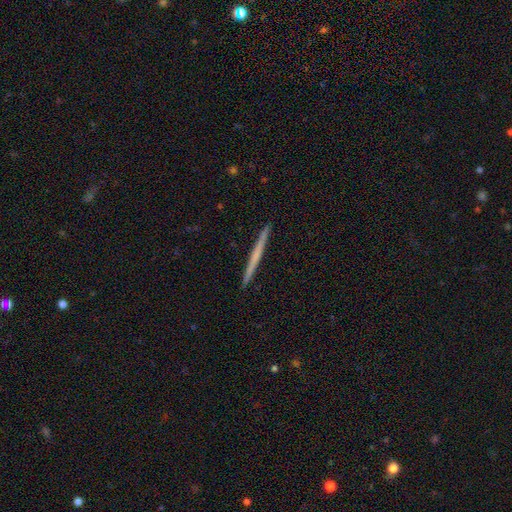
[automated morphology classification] smooth-or-featured: featured or disk: 51% | smooth: 43% | star or artifact: 6%
  disk-edge-on: yes: 98% | no: 2%
    edge-on-bulge: none: 86% | rounded: 11% | boxy: 4%
  merging: none: 93% | minor disturbance: 5% | major disturbance: 1% | merger: 1%